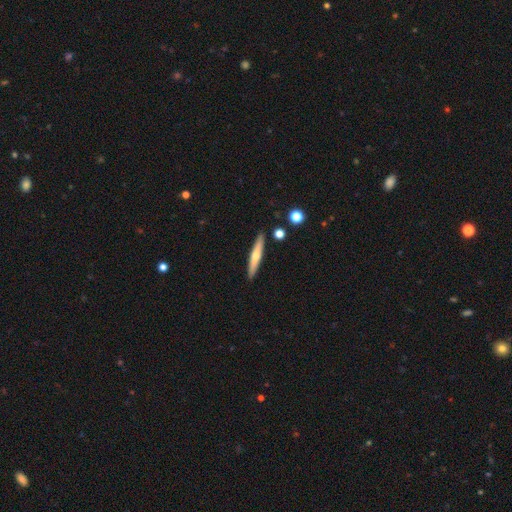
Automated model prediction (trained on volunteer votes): Q: Smooth or featured?
A: smooth (51%); runner-up: featured or disk (44%)
Q: How rounded?
A: cigar-shaped (92%); runner-up: in between (6%)
Q: Merging?
A: none (90%); runner-up: minor disturbance (7%)